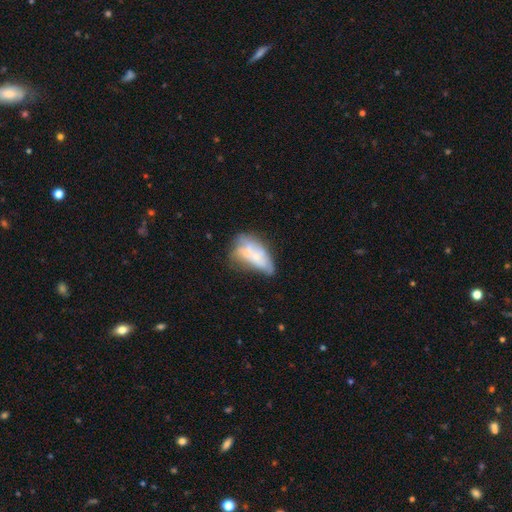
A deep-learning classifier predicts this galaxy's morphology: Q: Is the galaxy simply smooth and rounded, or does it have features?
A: smooth — 47%.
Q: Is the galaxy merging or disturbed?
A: merger — 41%.